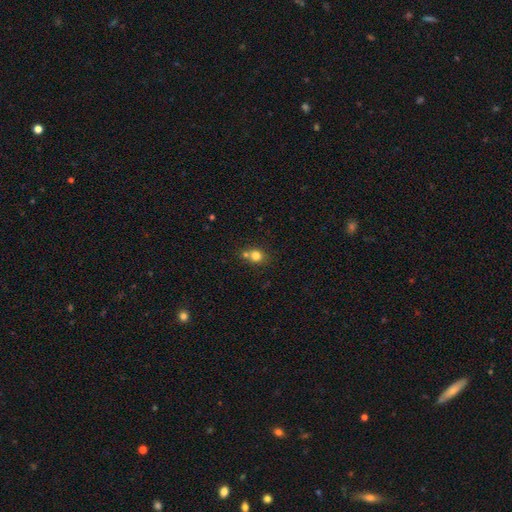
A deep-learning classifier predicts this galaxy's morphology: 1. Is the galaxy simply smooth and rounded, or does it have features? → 78% smooth, 13% star or artifact, 9% featured or disk.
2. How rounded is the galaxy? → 79% round, 20% in between, 1% cigar-shaped.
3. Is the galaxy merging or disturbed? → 54% none, 33% merger, 9% minor disturbance, 3% major disturbance.